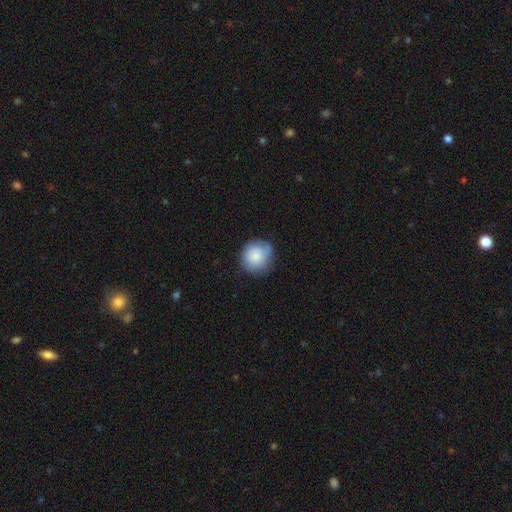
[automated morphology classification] smooth-or-featured: smooth: 77% | featured or disk: 16% | star or artifact: 7%
  how-rounded: round: 85% | in between: 15% | cigar-shaped: 1%
  merging: none: 66% | minor disturbance: 26% | major disturbance: 6% | merger: 2%